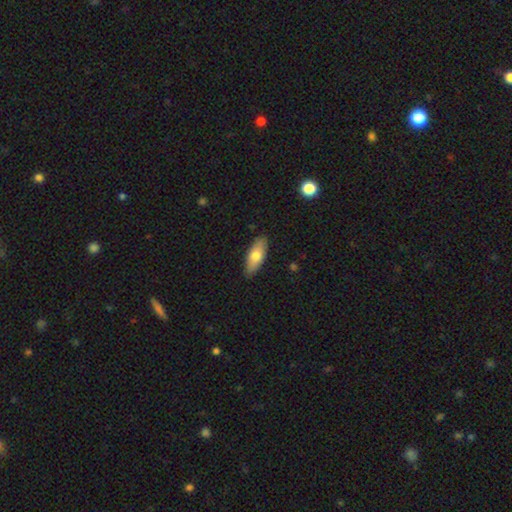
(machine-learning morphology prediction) Overall: smooth (71%). How rounded: in between (75%). Merging: none (86%).